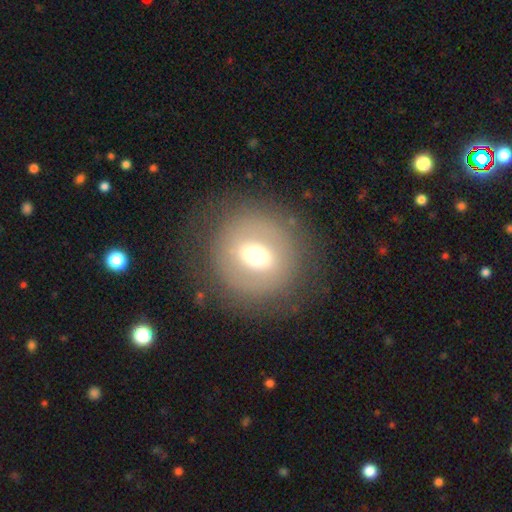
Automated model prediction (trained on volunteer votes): Smooth or featured? smooth (49%)
Merging? none (79%)